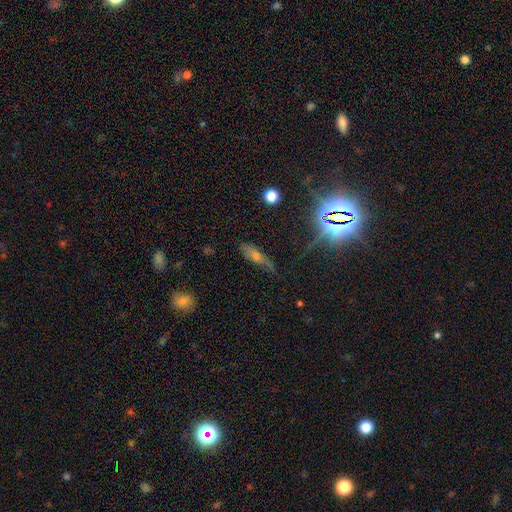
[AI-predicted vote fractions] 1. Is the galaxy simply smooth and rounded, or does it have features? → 43% smooth, 34% featured or disk, 23% star or artifact.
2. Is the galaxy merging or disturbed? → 62% none, 25% minor disturbance, 9% major disturbance, 3% merger.